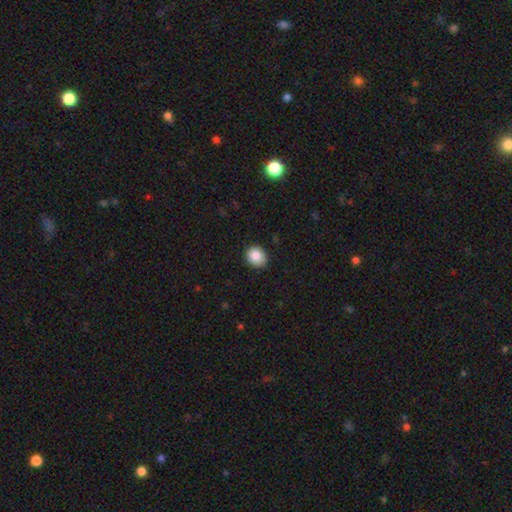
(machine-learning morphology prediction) smooth_or_featured: smooth (p=0.85) [alt: star or artifact p=0.09]
how_rounded: round (p=0.72) [alt: in between p=0.28]
merging: none (p=0.89) [alt: minor disturbance p=0.08]